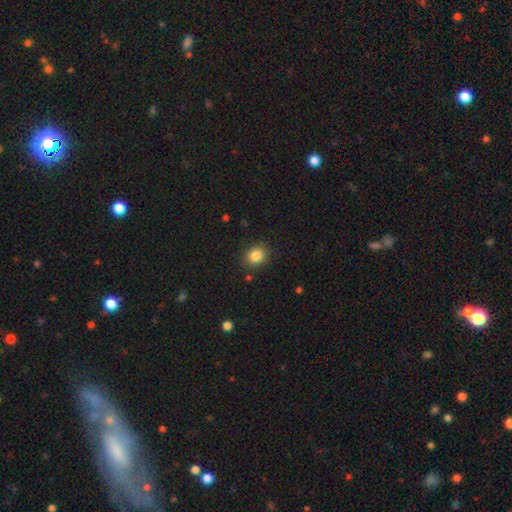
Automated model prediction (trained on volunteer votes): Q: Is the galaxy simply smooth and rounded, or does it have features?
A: smooth — 85%.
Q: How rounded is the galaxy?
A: round — 60%.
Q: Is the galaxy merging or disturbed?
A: none — 86%.